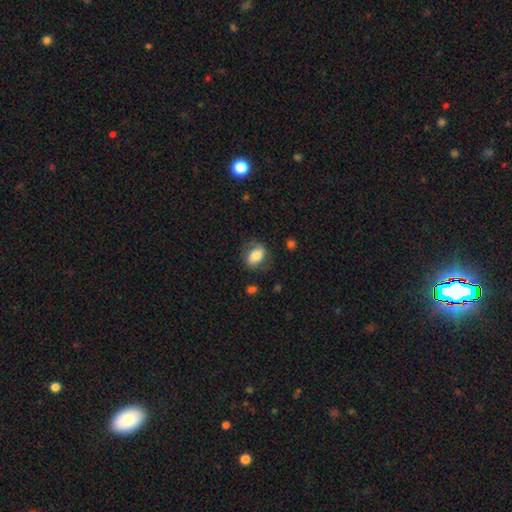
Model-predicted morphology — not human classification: smooth-or-featured: smooth: 69% | featured or disk: 24% | star or artifact: 7%
  how-rounded: in between: 77% | round: 21% | cigar-shaped: 2%
  merging: none: 71% | minor disturbance: 19% | major disturbance: 9% | merger: 1%